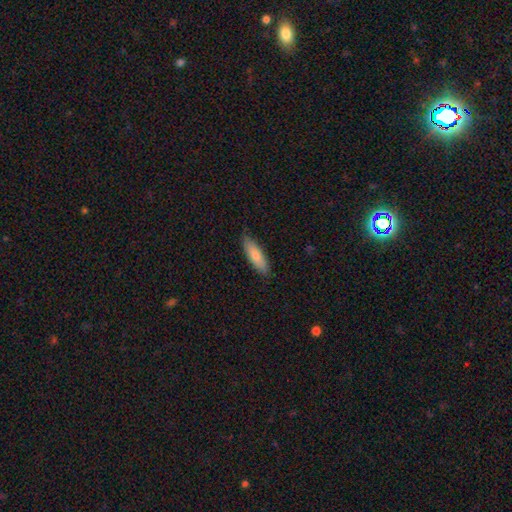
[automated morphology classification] A smooth galaxy with no disk features (78%) that is in between round and cigar-shaped (51%). Merging: none (83%).